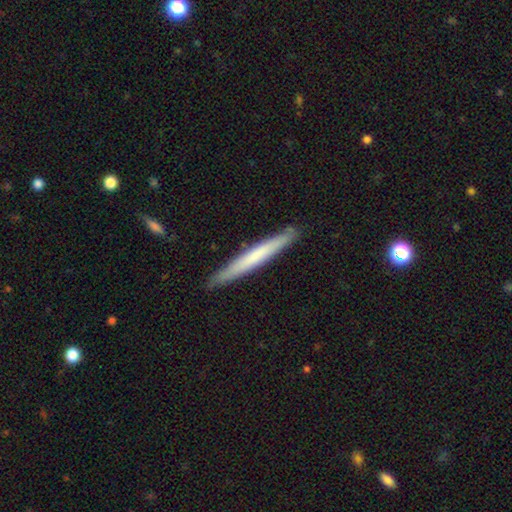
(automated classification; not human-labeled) Smooth or featured? smooth (58%)
How rounded? cigar-shaped (97%)
Merging? none (90%)